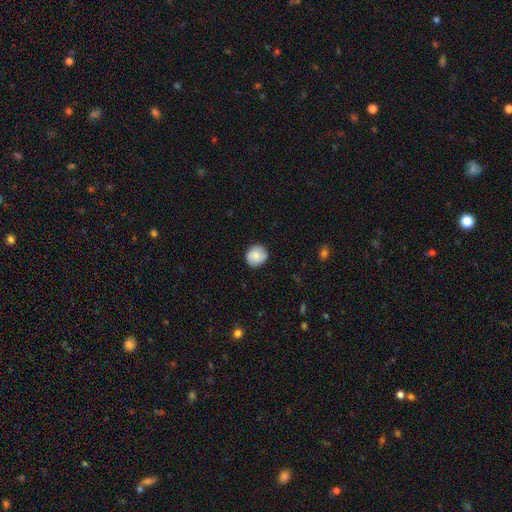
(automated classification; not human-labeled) Smooth or featured: smooth — 80% (featured or disk — 13%)
How rounded: round — 85% (in between — 14%)
Merging: none — 85% (minor disturbance — 11%)